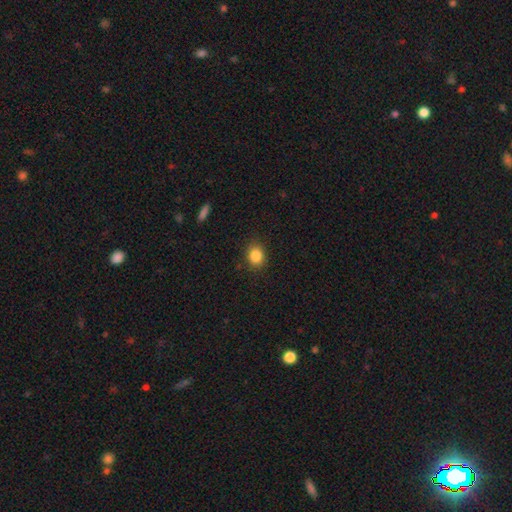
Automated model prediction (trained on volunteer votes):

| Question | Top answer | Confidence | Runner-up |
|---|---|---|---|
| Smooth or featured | smooth | 85% | star or artifact (10%) |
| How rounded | round | 58% | in between (41%) |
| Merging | none | 87% | minor disturbance (9%) |